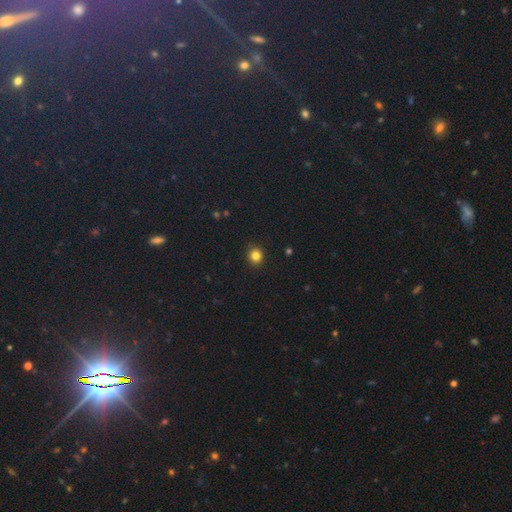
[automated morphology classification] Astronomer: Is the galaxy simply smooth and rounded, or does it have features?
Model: smooth — 83%.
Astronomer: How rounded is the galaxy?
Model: round — 89%.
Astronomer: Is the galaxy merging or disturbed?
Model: none — 92%.